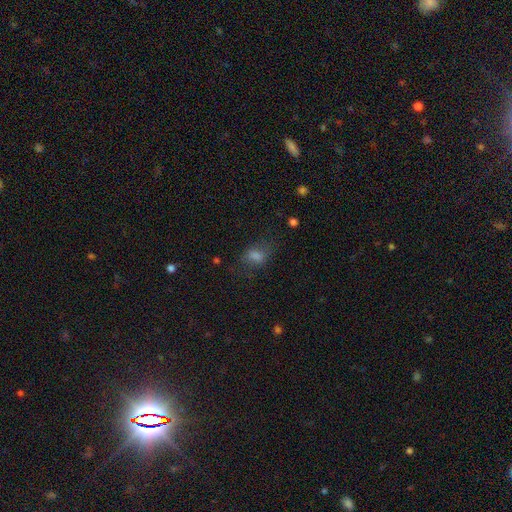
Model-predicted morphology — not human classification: A smooth galaxy with no disk features (64%) that is in between round and cigar-shaped (73%).

Vote fractions:
- Smooth or featured? smooth: 64% / star or artifact: 19% / featured or disk: 17%
- How rounded? in between: 73% / round: 24% / cigar-shaped: 4%
- Merging? none: 59% / minor disturbance: 22% / major disturbance: 17% / merger: 2%